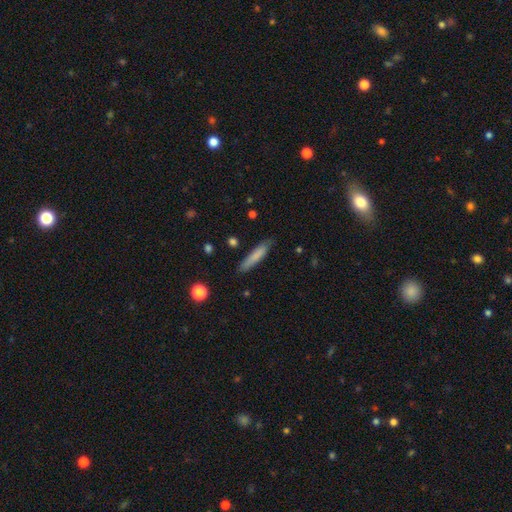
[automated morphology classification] Q: Smooth or featured?
A: smooth (78%); runner-up: featured or disk (15%)
Q: How rounded?
A: cigar-shaped (88%); runner-up: in between (11%)
Q: Merging?
A: none (82%); runner-up: minor disturbance (14%)